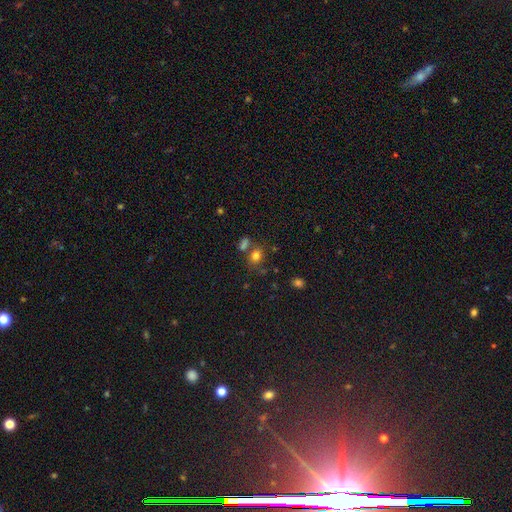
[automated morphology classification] Overall: smooth (78%). How rounded: round (53%; in between 45%). Merging: none (60%; merger 21%).